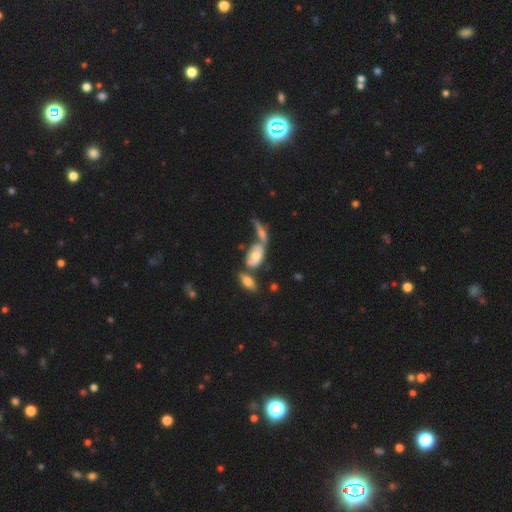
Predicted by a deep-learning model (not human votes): Overall: smooth (50%; featured or disk 42%). How rounded: in between (86%). Merging: merger (47%; none 29%).